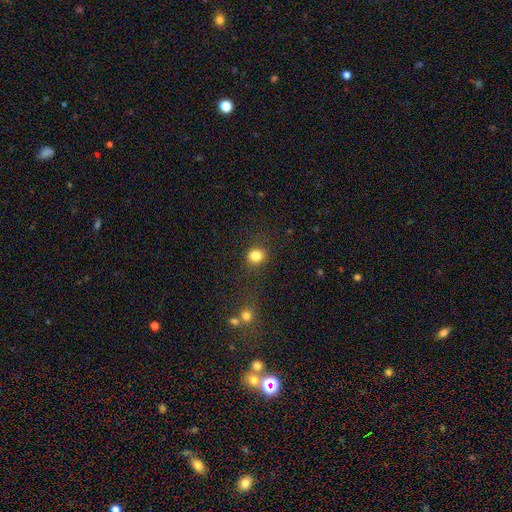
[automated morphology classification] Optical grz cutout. It shows a smooth galaxy with no disk features (83%) that is round (76%). Merging: none (81%).